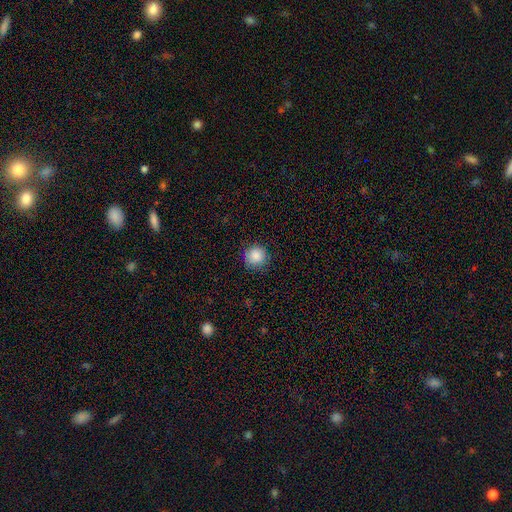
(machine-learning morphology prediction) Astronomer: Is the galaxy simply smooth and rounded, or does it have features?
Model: smooth — 87%.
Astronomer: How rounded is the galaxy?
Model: round — 94%.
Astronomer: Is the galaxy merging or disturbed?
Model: none — 87%.